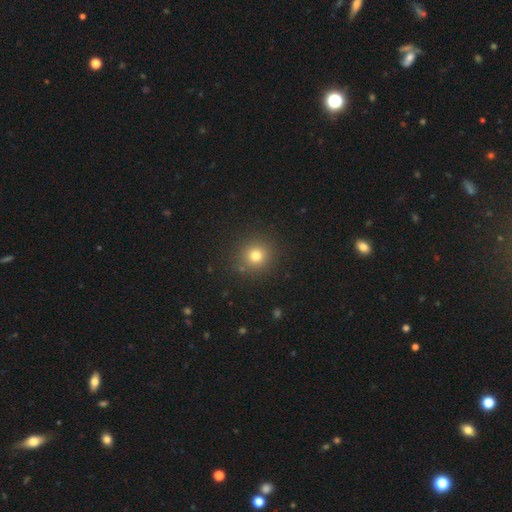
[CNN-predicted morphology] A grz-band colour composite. It shows a smooth galaxy with no disk features (78%) that is round (93%). Merging: none (89%).